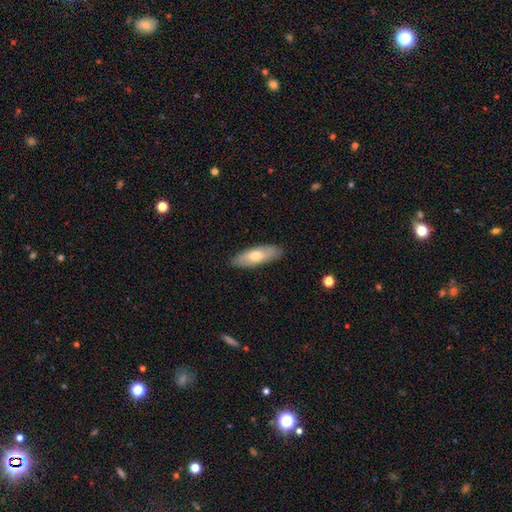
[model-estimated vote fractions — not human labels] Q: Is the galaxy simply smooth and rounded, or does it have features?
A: smooth — 64%.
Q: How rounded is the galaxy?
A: in between — 65%.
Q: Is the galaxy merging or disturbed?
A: none — 86%.